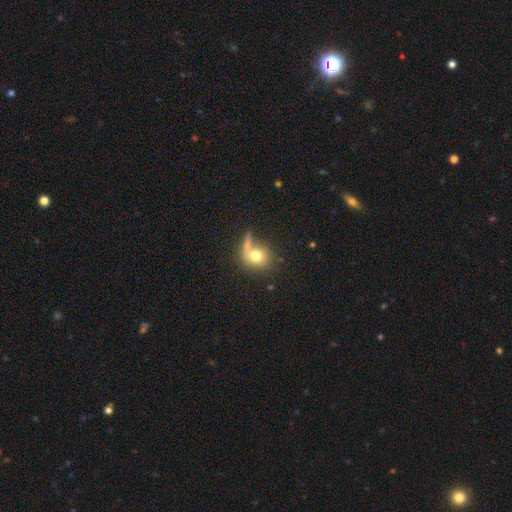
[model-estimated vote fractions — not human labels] smooth_or_featured: smooth (p=0.73) [alt: featured or disk p=0.18]
how_rounded: round (p=0.77) [alt: in between p=0.21]
merging: none (p=0.42) [alt: merger p=0.23]